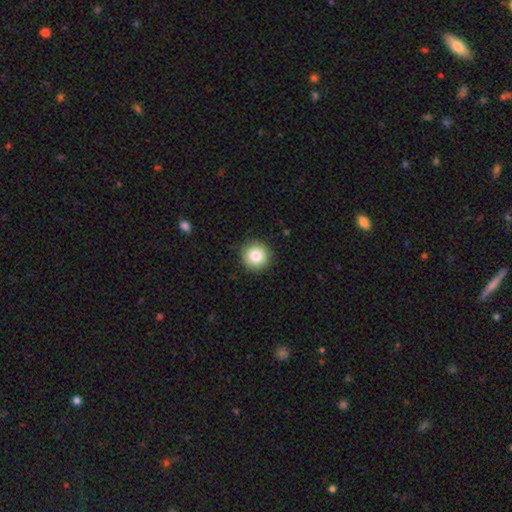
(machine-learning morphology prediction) Smooth or featured: smooth — 84% (star or artifact — 9%)
How rounded: round — 95% (in between — 4%)
Merging: none — 91% (minor disturbance — 6%)